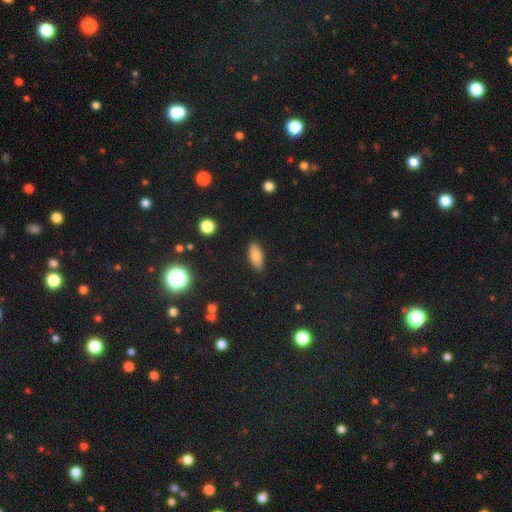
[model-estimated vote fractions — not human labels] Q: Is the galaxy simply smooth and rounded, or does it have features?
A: smooth — 80%.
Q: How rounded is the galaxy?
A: in between — 86%.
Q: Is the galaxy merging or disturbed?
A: none — 88%.